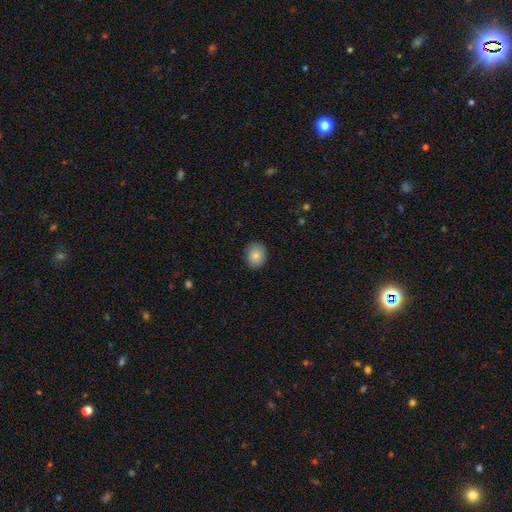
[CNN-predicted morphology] Smooth or featured?
  - smooth: 82% *
  - featured or disk: 9%
  - star or artifact: 8%
How rounded?
  - round: 56% *
  - in between: 43%
  - cigar-shaped: 1%
Merging?
  - none: 85% *
  - minor disturbance: 11%
  - major disturbance: 2%
  - merger: 1%